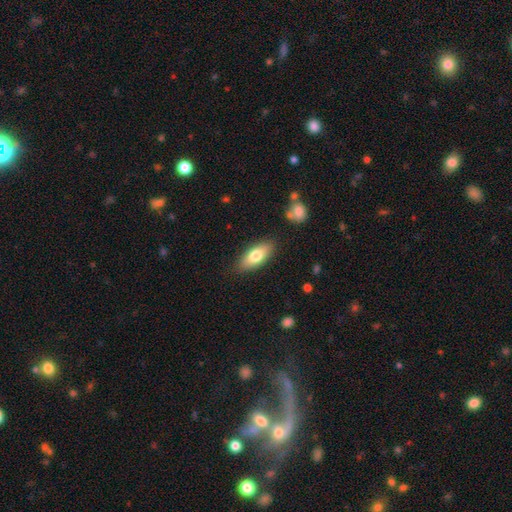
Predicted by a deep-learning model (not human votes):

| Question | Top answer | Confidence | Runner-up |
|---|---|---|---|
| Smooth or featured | smooth | 73% | featured or disk (20%) |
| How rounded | in between | 77% | cigar-shaped (21%) |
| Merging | none | 84% | minor disturbance (11%) |